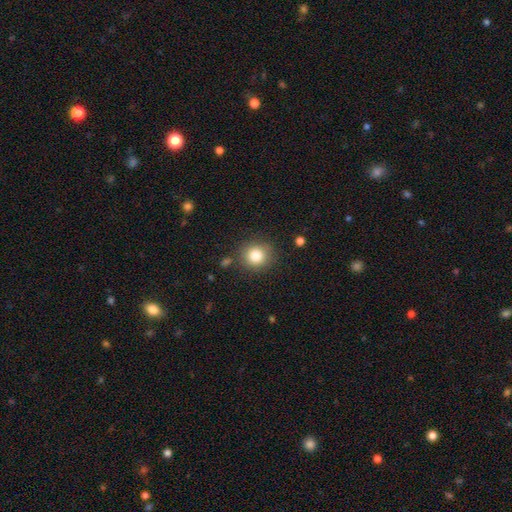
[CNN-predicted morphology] type=smooth (81%); roundness=round (87%); merging=none (85%).